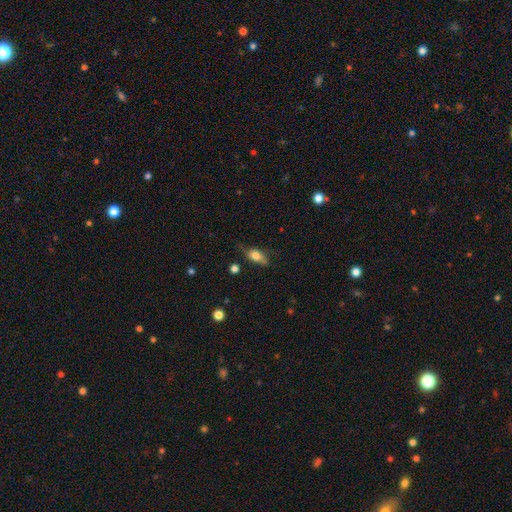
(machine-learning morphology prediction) Smooth or featured? smooth (70%)
How rounded? in between (79%)
Merging? none (59%)